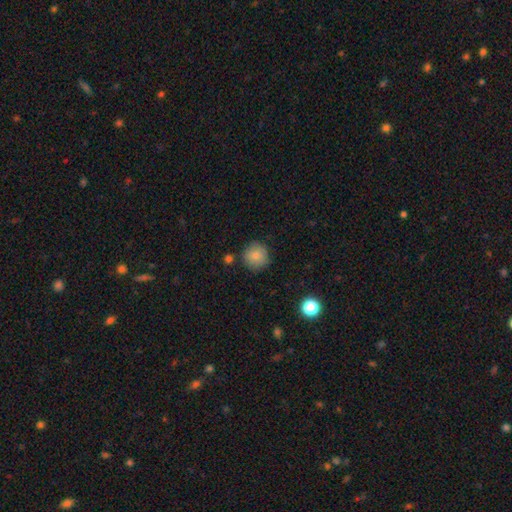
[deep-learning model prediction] A smooth galaxy with no disk features (83%) that is round (94%). Merging: none (83%).